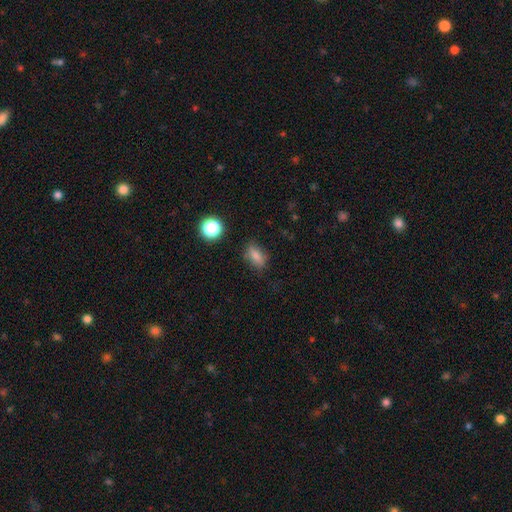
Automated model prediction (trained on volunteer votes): Morphology: type=smooth (78%); roundness=in between (77%); merging=none (76%).